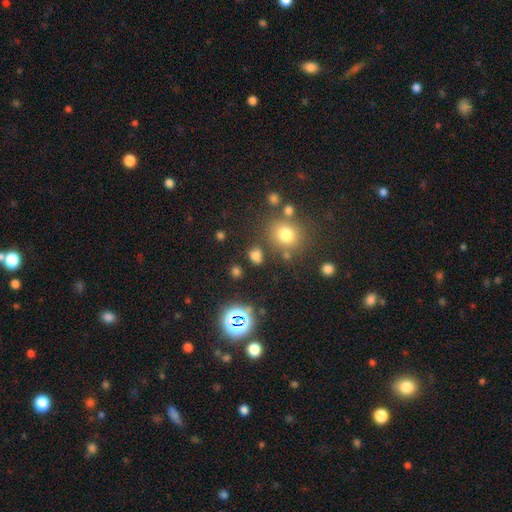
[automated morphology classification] Q: Smooth or featured?
A: smooth (70%); runner-up: star or artifact (24%)
Q: How rounded?
A: in between (52%); runner-up: round (46%)
Q: Merging?
A: none (75%); runner-up: minor disturbance (12%)